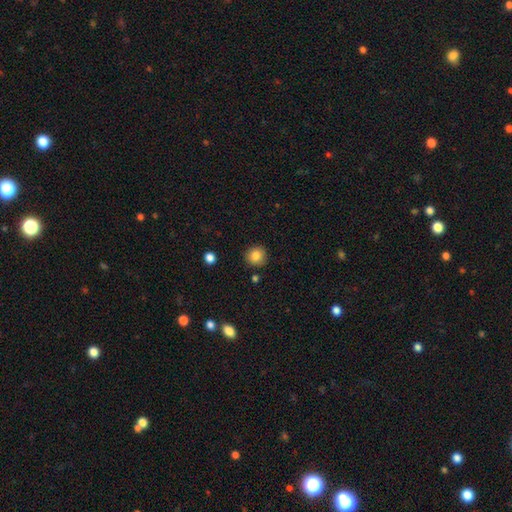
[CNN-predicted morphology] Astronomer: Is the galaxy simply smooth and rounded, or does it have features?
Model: smooth — 85%.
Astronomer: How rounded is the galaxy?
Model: round — 92%.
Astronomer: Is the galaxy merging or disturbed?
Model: none — 89%.